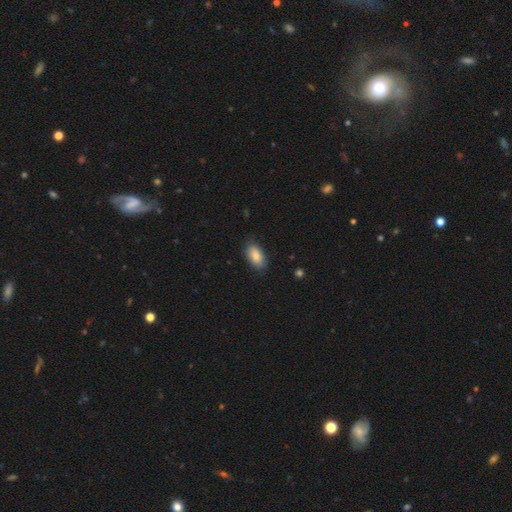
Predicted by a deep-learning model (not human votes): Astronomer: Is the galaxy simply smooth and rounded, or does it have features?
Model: smooth — 84%.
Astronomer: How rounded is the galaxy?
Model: in between — 93%.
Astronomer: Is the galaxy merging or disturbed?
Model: none — 83%.